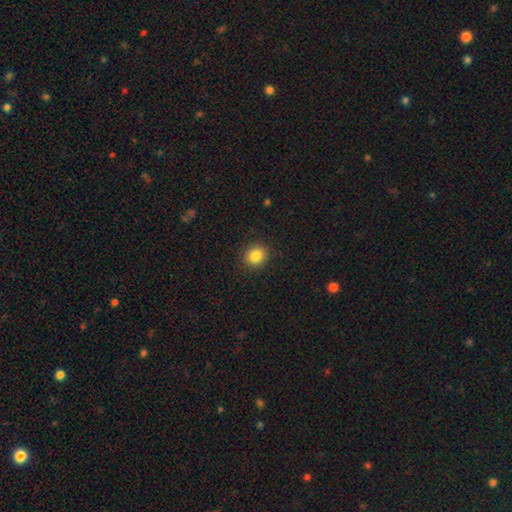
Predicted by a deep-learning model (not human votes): Smooth or featured? Predicted: smooth (p=0.85). How rounded? Predicted: round (p=0.85). Merging? Predicted: none (p=0.91).